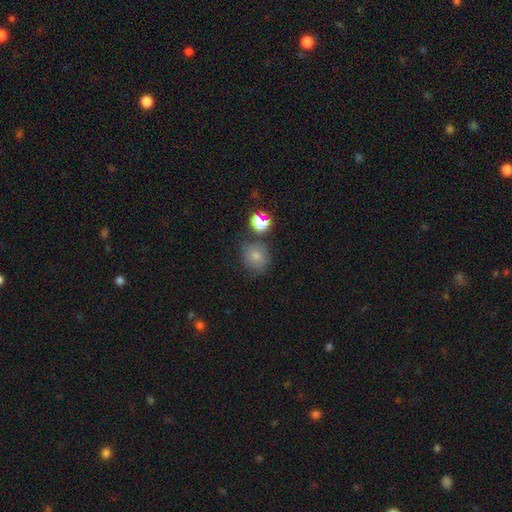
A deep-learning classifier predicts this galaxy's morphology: Overall: smooth (73%). How rounded: round (83%). Merging: none (66%).